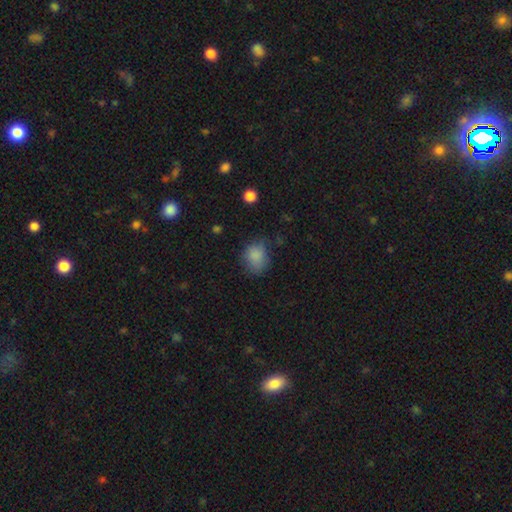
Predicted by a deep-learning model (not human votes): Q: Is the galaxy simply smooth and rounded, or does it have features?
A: smooth — 82%.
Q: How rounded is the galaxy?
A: round — 55%.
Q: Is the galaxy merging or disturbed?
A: none — 60%.